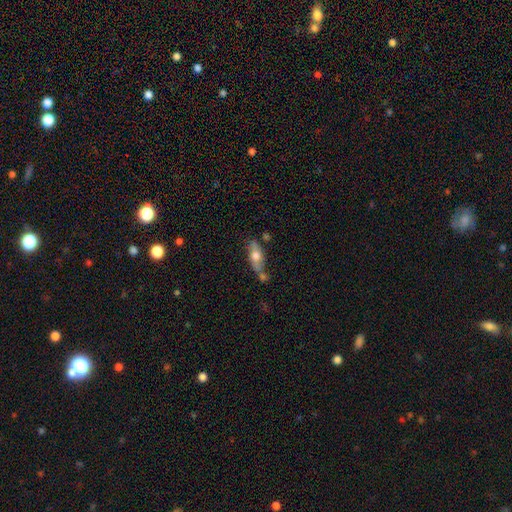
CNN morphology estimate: The model was most divided on "smooth or featured": smooth: 58%, featured or disk: 35%, star or artifact: 7%. More confident: how rounded — in between (67%); merging — none (55%).